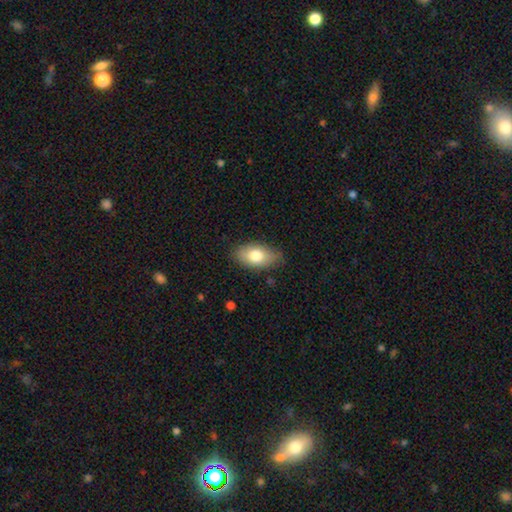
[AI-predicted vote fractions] A smooth galaxy with no disk features (76%) that is in between round and cigar-shaped (91%).

Vote fractions:
- Smooth or featured? smooth: 76% / featured or disk: 17% / star or artifact: 7%
- How rounded? in between: 91% / round: 5% / cigar-shaped: 3%
- Merging? none: 79% / minor disturbance: 16% / major disturbance: 3% / merger: 1%